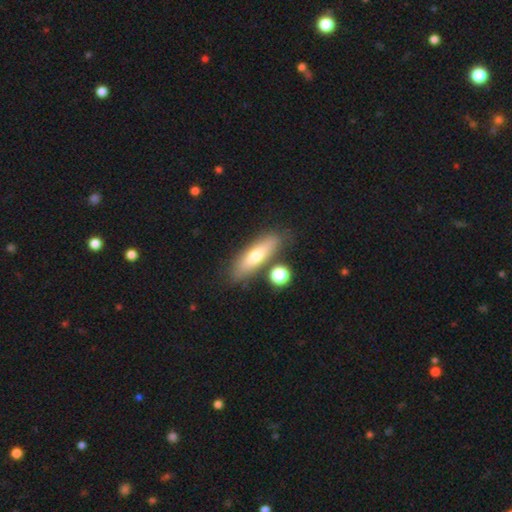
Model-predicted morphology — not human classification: Q: Smooth or featured?
A: smooth (63%); runner-up: featured or disk (30%)
Q: How rounded?
A: cigar-shaped (61%); runner-up: in between (37%)
Q: Merging?
A: none (77%); runner-up: minor disturbance (12%)